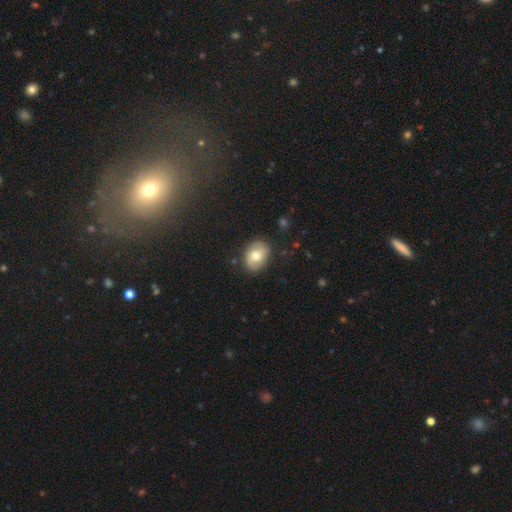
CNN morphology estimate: Smooth or featured: smooth — 61% (featured or disk — 31%)
How rounded: in between — 64% (round — 35%)
Merging: none — 82% (minor disturbance — 13%)